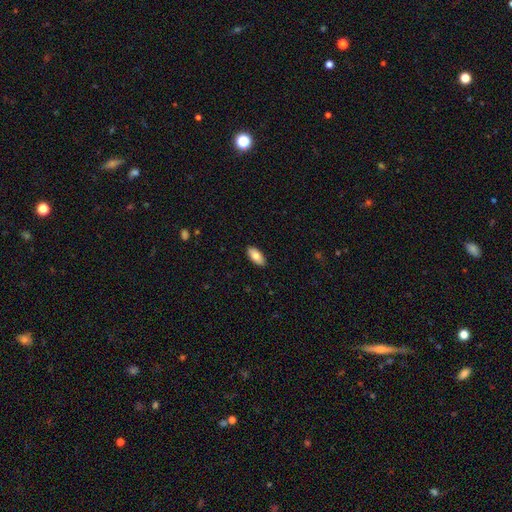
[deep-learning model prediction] This appears to be a smooth galaxy with no disk features (79%) that is in between round and cigar-shaped (91%). Merging: none (89%).